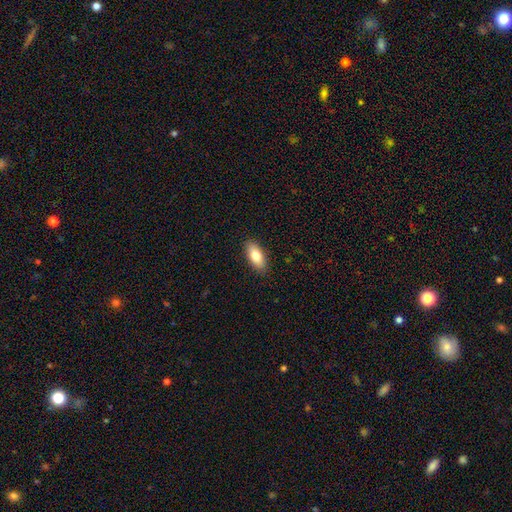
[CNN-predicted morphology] Smooth or featured?
  - smooth: 80% *
  - featured or disk: 14%
  - star or artifact: 7%
How rounded?
  - in between: 86% *
  - cigar-shaped: 12%
  - round: 3%
Merging?
  - none: 89% *
  - minor disturbance: 8%
  - major disturbance: 2%
  - merger: 1%